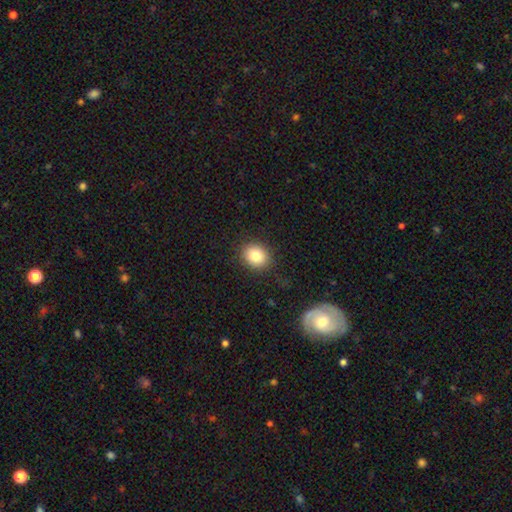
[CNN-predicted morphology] smooth-or-featured: smooth: 81% | star or artifact: 11% | featured or disk: 9%
  how-rounded: round: 75% | in between: 24% | cigar-shaped: 1%
  merging: none: 87% | minor disturbance: 9% | major disturbance: 3% | merger: 1%